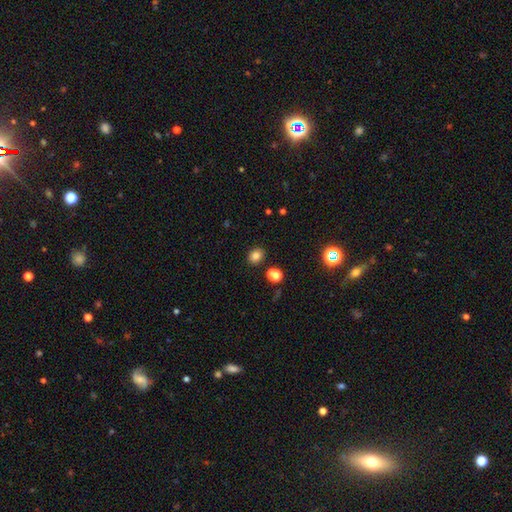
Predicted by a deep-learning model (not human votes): A smooth galaxy with no disk features (80%) that is round (56%).

Vote fractions:
- Smooth or featured? smooth: 80% / star or artifact: 14% / featured or disk: 6%
- How rounded? round: 56% / in between: 43% / cigar-shaped: 1%
- Merging? none: 84% / minor disturbance: 9% / merger: 5% / major disturbance: 3%